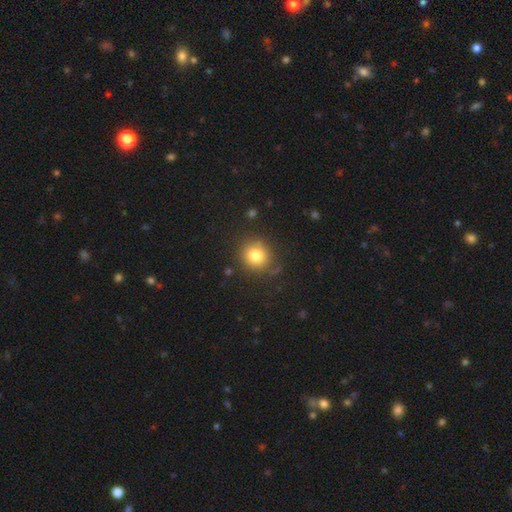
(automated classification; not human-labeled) This appears to be a smooth galaxy with no disk features (80%) that is round (86%). Merging: none (80%).